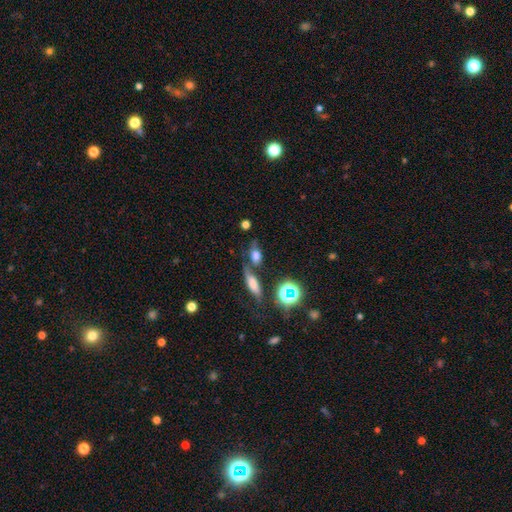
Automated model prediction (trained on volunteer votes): Morphology: type=smooth (59%); roundness=in between (65%); merging=none (49%).